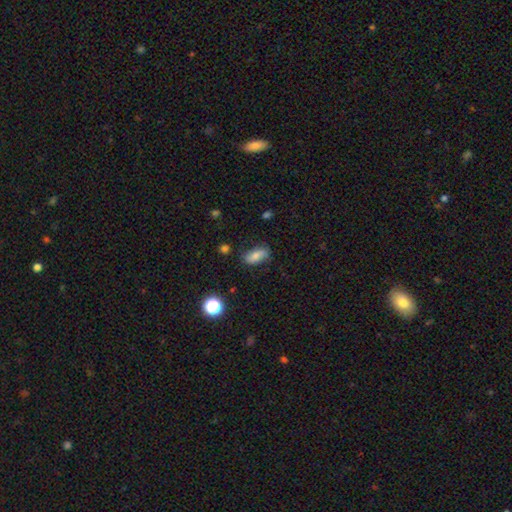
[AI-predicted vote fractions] smooth_or_featured: smooth (p=0.71) [alt: featured or disk p=0.18]
how_rounded: in between (p=0.85) [alt: cigar-shaped p=0.09]
merging: none (p=0.71) [alt: minor disturbance p=0.22]